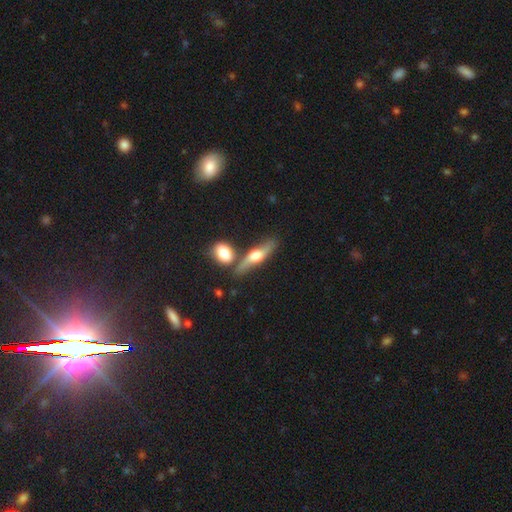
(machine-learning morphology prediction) Smooth or featured? featured or disk (58%)
Edge-on disk? yes (81%)
Merging? none (62%)